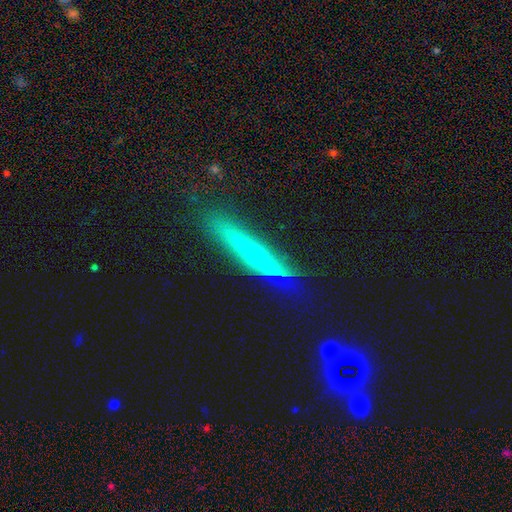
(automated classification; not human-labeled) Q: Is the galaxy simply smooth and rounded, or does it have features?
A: featured or disk — 64%.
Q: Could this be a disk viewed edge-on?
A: yes — 90%.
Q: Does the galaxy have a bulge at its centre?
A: rounded — 81%.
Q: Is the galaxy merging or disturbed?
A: none — 70%.